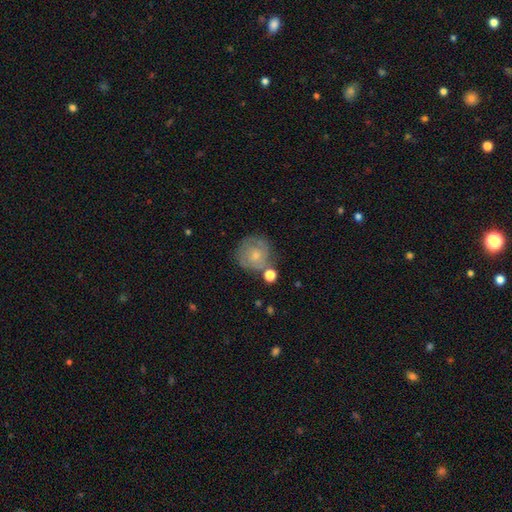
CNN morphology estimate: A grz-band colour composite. It shows a smooth galaxy with no disk features (56%) that is round (89%). Merging: none (58%).